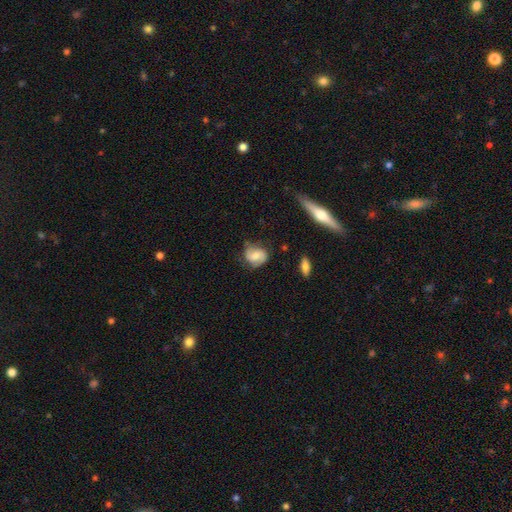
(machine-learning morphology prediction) smooth 51%, featured or disk 40%, star or artifact 8%. Down the decision tree: how rounded — round (50%); merging — none (61%).